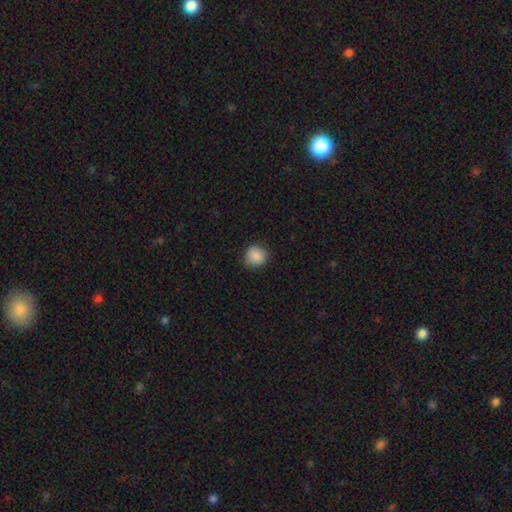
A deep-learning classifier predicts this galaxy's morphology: Smooth or featured? Predicted: smooth (p=0.87). How rounded? Predicted: round (p=0.91). Merging? Predicted: none (p=0.85).